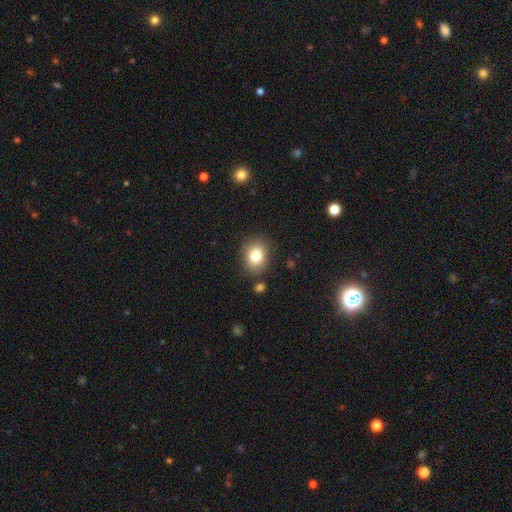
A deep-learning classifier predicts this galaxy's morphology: Q: Smooth or featured?
A: smooth (80%); runner-up: star or artifact (10%)
Q: How rounded?
A: round (52%); runner-up: in between (47%)
Q: Merging?
A: none (83%); runner-up: minor disturbance (11%)